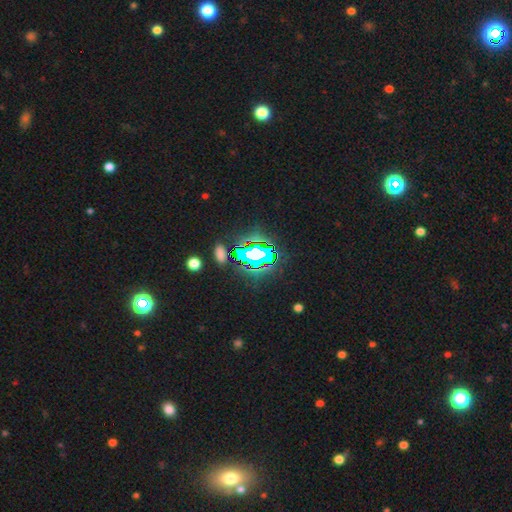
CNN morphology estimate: This appears to be a star or artifact, not a galaxy (68%).